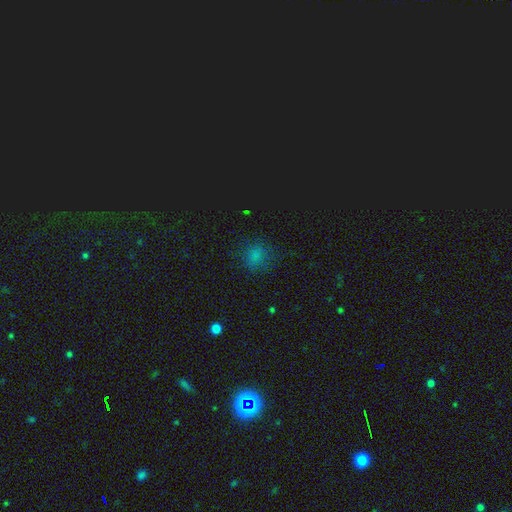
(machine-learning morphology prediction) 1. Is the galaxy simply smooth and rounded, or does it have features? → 72% smooth, 21% star or artifact, 6% featured or disk.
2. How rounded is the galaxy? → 80% round, 19% in between, 1% cigar-shaped.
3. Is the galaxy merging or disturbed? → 76% none, 16% minor disturbance, 6% major disturbance, 1% merger.